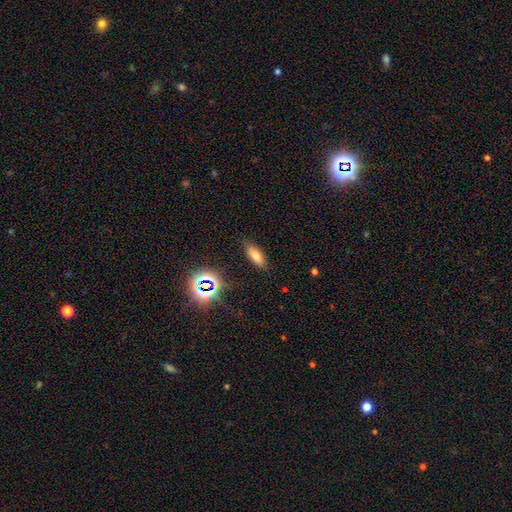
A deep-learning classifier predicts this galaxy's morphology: Smooth or featured? smooth (71%)
How rounded? in between (71%)
Merging? none (83%)